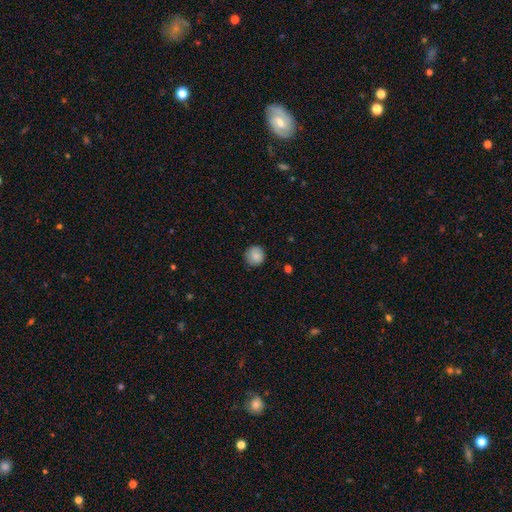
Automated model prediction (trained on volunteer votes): Smooth or featured? smooth (86%)
How rounded? round (93%)
Merging? none (86%)